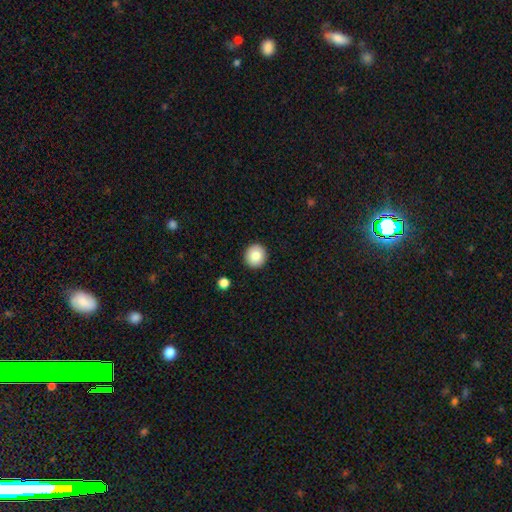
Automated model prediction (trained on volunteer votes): This appears to be a smooth galaxy with no disk features (84%) that is round (93%). Merging: none (92%).